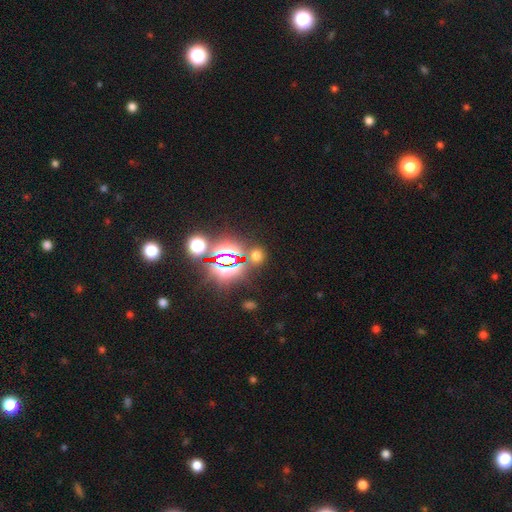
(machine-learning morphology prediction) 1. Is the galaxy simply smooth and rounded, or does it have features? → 50% star or artifact, 44% smooth, 7% featured or disk.